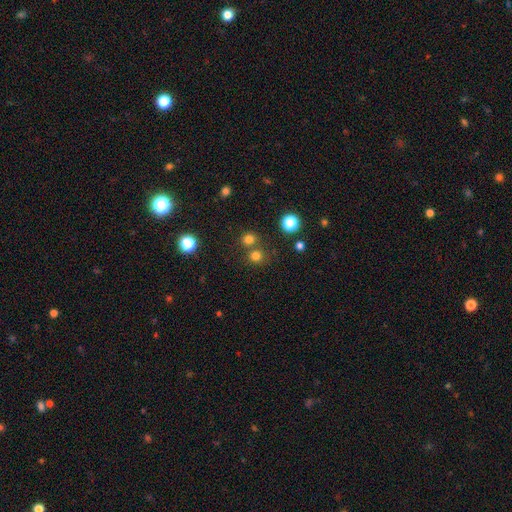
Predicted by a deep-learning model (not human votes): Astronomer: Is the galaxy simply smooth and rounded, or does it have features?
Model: smooth — 74%.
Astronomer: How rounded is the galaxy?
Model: round — 90%.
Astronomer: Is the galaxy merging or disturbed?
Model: none — 68%.